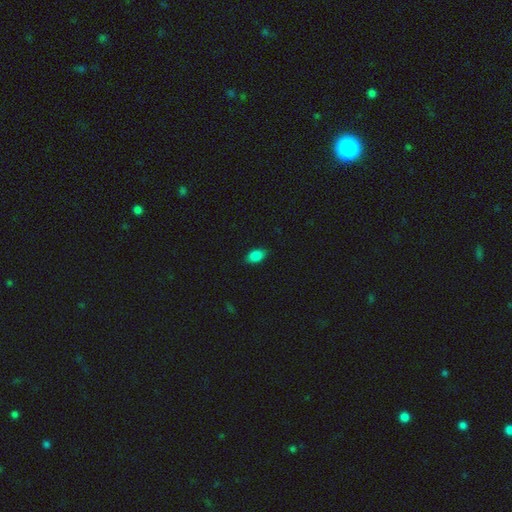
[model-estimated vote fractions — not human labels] smooth-or-featured: smooth: 86% | star or artifact: 9% | featured or disk: 5%
  how-rounded: in between: 88% | round: 10% | cigar-shaped: 2%
  merging: none: 84% | minor disturbance: 13% | major disturbance: 2% | merger: 1%